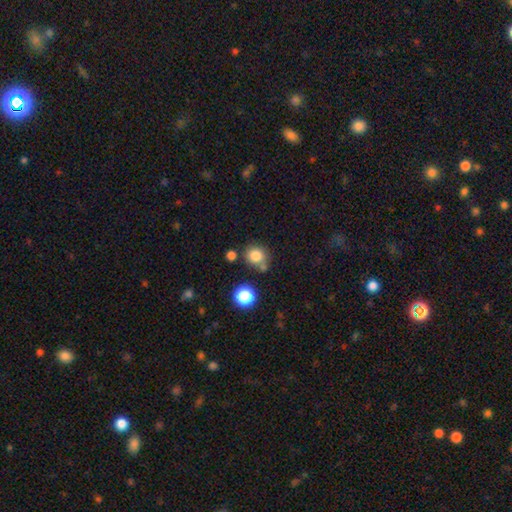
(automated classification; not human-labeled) smooth 81%, star or artifact 12%, featured or disk 7%. Down the decision tree: how rounded — round (86%); merging — none (66%).